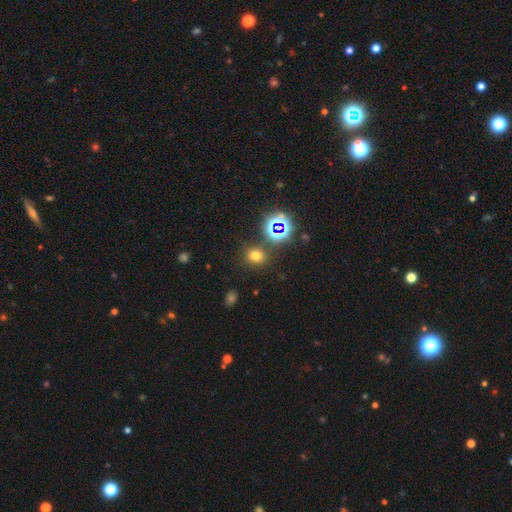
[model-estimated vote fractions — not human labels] Smooth or featured: smooth — 67% (star or artifact — 26%)
How rounded: round — 70% (in between — 29%)
Merging: none — 82% (minor disturbance — 9%)